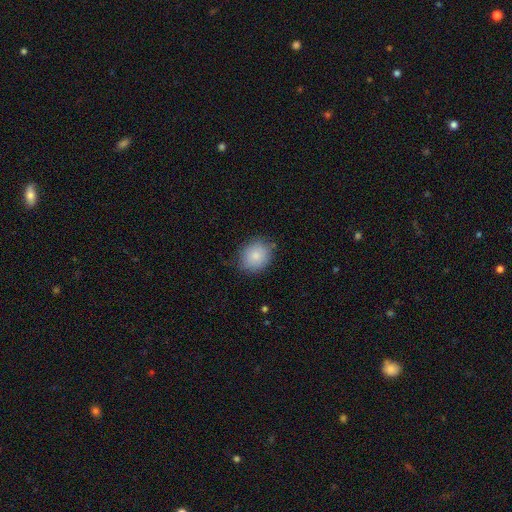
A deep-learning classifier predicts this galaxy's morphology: Overall: smooth (83%). How rounded: round (65%; in between 35%). Merging: none (76%).